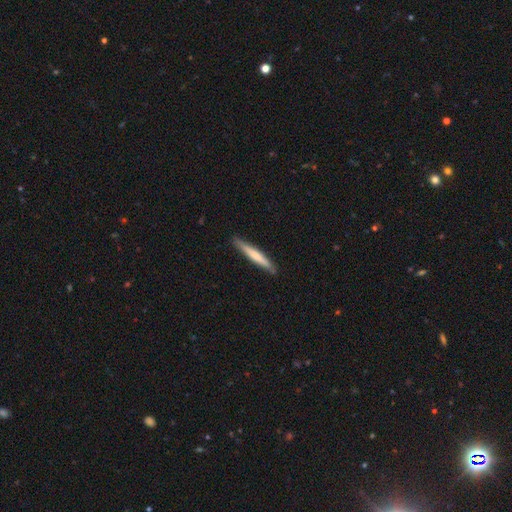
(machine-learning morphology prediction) The model was most divided on "smooth or featured": smooth: 60%, featured or disk: 35%, star or artifact: 5%. More confident: how rounded — cigar-shaped (95%); merging — none (88%).